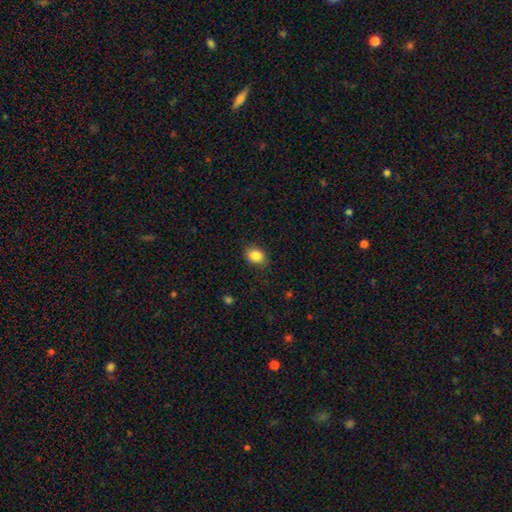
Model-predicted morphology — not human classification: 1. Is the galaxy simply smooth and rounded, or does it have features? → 86% smooth, 9% star or artifact, 5% featured or disk.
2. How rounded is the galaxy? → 61% in between, 38% round, 1% cigar-shaped.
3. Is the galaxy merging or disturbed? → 85% none, 11% minor disturbance, 3% major disturbance, 1% merger.